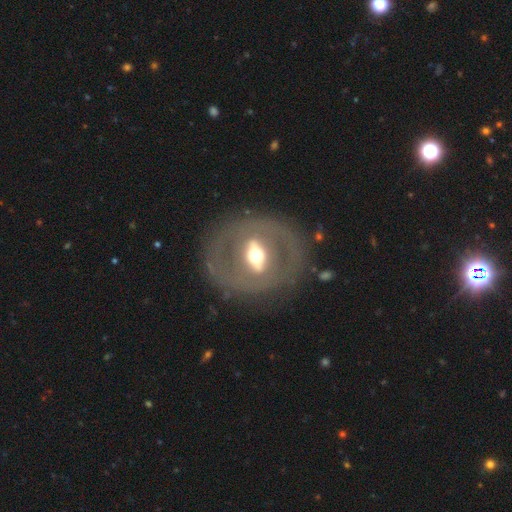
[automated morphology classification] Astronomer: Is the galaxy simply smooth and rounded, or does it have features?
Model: featured or disk — 73%.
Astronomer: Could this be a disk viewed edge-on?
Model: no — 81%.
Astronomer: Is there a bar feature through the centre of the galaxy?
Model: strong — 66%.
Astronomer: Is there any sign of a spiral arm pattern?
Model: no — 82%.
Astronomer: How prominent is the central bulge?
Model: moderate — 63%.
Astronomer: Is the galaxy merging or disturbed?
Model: none — 78%.